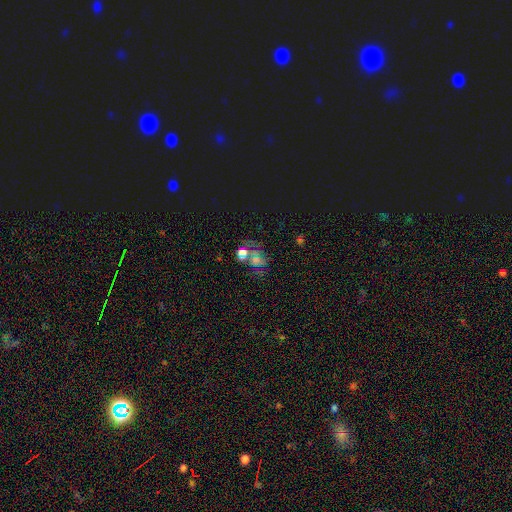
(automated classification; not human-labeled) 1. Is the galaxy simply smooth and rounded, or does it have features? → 50% star or artifact, 25% featured or disk, 25% smooth.